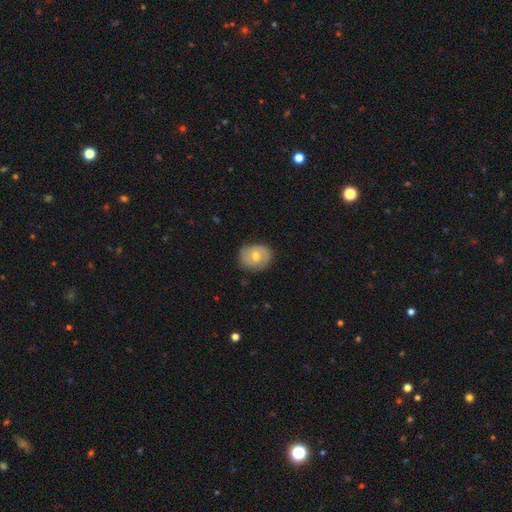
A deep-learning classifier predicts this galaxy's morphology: This is possibly a featured or disk galaxy (49%). Merging: likely none (80%).